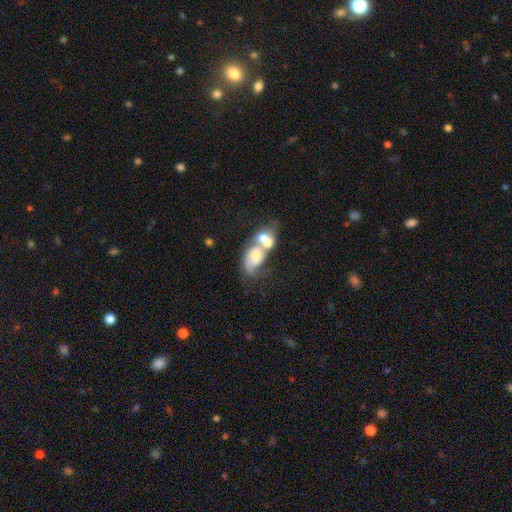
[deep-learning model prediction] Q: Smooth or featured?
A: featured or disk (50%); runner-up: smooth (41%)
Q: Merging?
A: merger (75%); runner-up: major disturbance (10%)